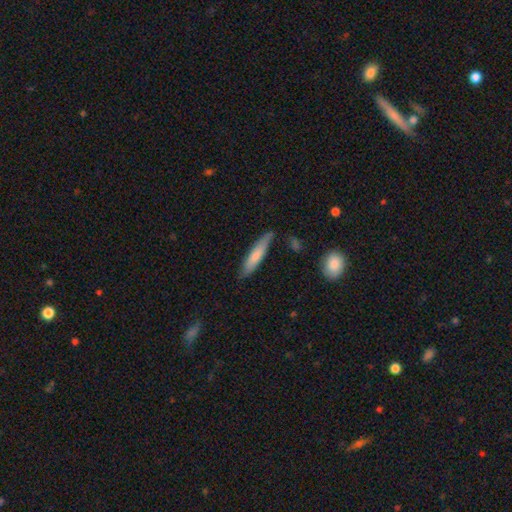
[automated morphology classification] Overall: smooth (73%). How rounded: cigar-shaped (83%). Merging: none (72%).